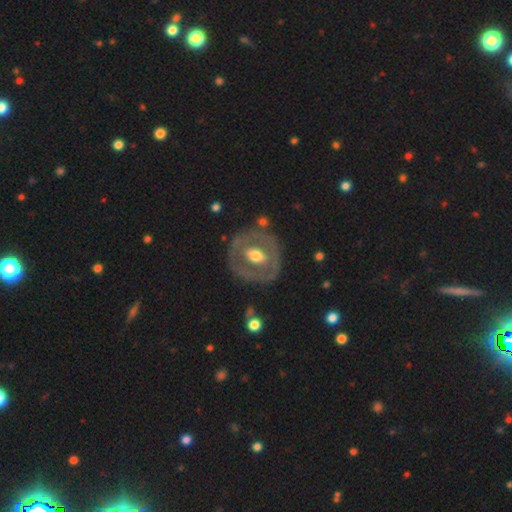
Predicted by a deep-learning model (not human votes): Morphology: type=featured or disk (63%); edge-on=no (95%); bar=no (55%); spiral arms=no (81%); bulge=moderate (69%); merging=none (74%).